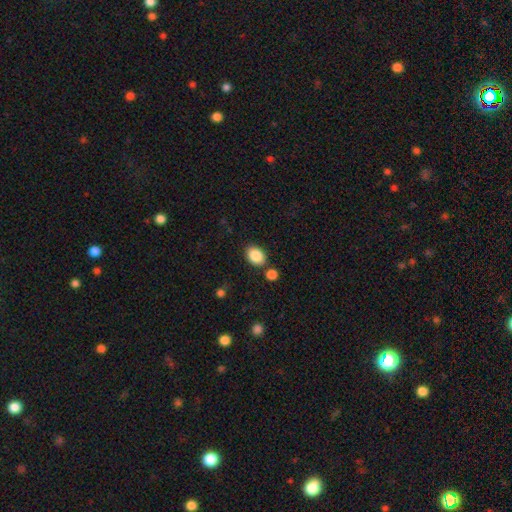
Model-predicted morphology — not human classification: Q: Smooth or featured?
A: smooth (87%); runner-up: star or artifact (8%)
Q: How rounded?
A: in between (77%); runner-up: round (22%)
Q: Merging?
A: none (81%); runner-up: minor disturbance (10%)